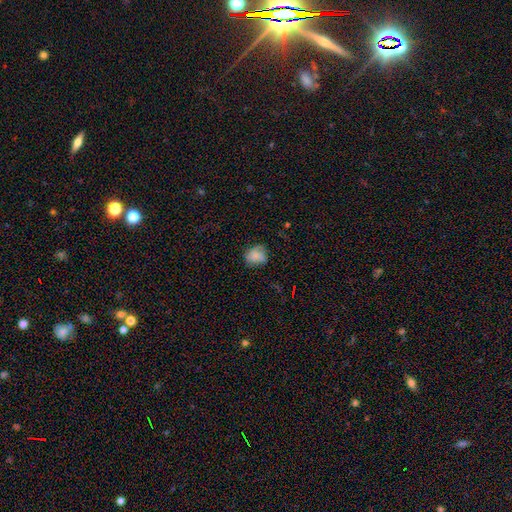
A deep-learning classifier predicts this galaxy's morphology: Smooth or featured?
  - smooth: 74% *
  - featured or disk: 15%
  - star or artifact: 11%
How rounded?
  - round: 61% *
  - in between: 38%
  - cigar-shaped: 1%
Merging?
  - none: 63% *
  - minor disturbance: 25%
  - major disturbance: 10%
  - merger: 2%